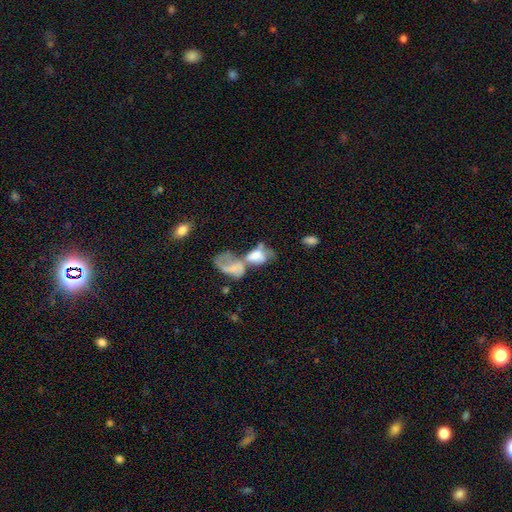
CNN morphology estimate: This is possibly a smooth galaxy (50%). How rounded: clearly in between (87%). Merging: likely merger (70%).